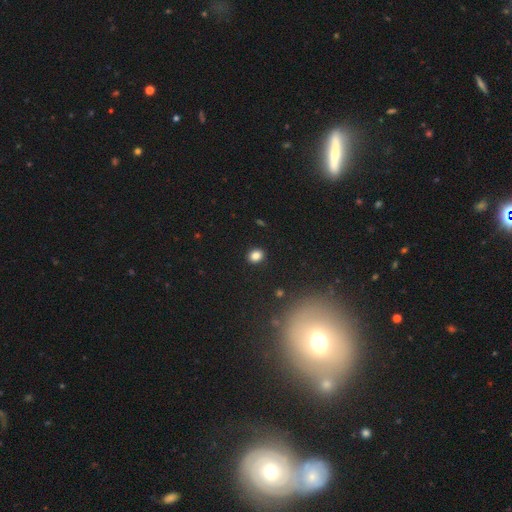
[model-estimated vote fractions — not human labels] Smooth or featured? Predicted: smooth (p=0.84). How rounded? Predicted: round (p=0.55). Merging? Predicted: none (p=0.90).